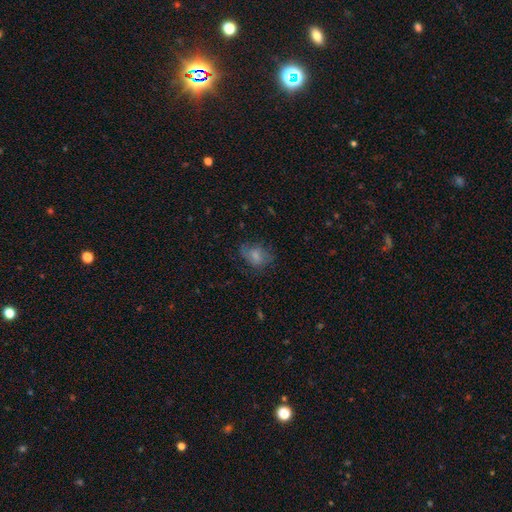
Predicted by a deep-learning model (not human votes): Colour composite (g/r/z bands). It shows a smooth galaxy with no disk features (65%) that is in between round and cigar-shaped (70%). Merging: none (61%).